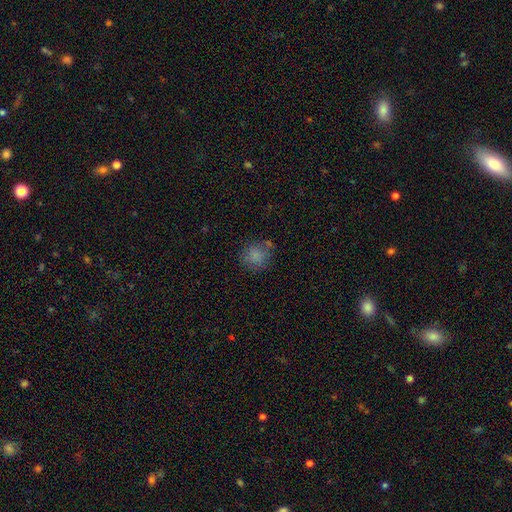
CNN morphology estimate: Smooth or featured?
  - smooth: 78% *
  - star or artifact: 13%
  - featured or disk: 8%
How rounded?
  - round: 85% *
  - in between: 14%
  - cigar-shaped: 1%
Merging?
  - none: 71% *
  - minor disturbance: 16%
  - major disturbance: 6%
  - merger: 6%